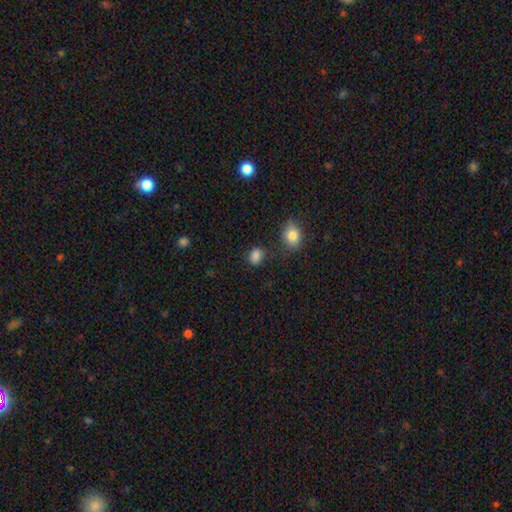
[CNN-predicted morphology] Smooth or featured? Predicted: smooth (p=0.85). How rounded? Predicted: in between (p=0.52). Merging? Predicted: none (p=0.74).